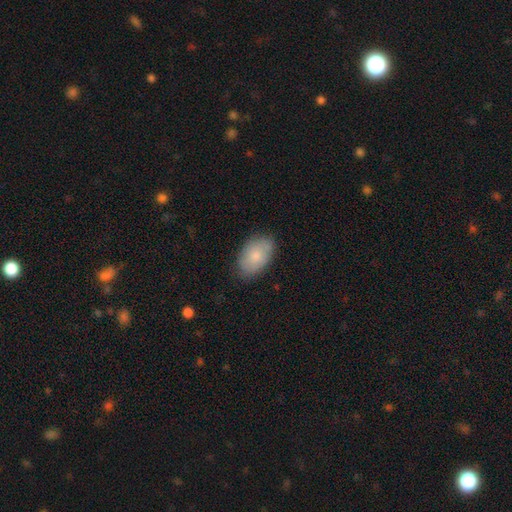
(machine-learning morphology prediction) smooth-or-featured: smooth: 75% | featured or disk: 18% | star or artifact: 6%
  how-rounded: in between: 92% | round: 7% | cigar-shaped: 1%
  merging: none: 79% | minor disturbance: 16% | major disturbance: 3% | merger: 1%